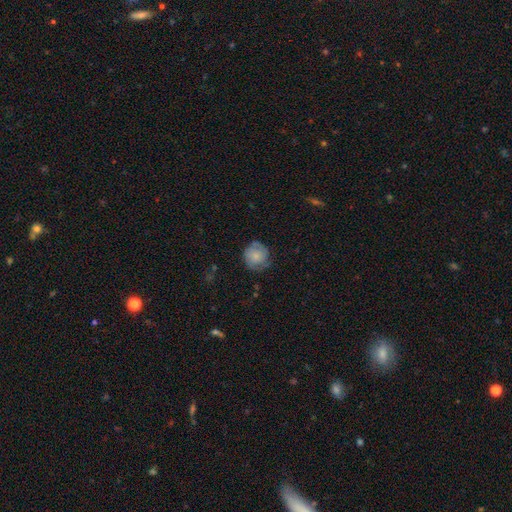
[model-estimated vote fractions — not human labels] A smooth galaxy with no disk features (59%) that is round (88%).

Vote fractions:
- Smooth or featured? smooth: 59% / featured or disk: 34% / star or artifact: 7%
- How rounded? round: 88% / in between: 11% / cigar-shaped: 1%
- Merging? none: 63% / minor disturbance: 26% / major disturbance: 10% / merger: 1%